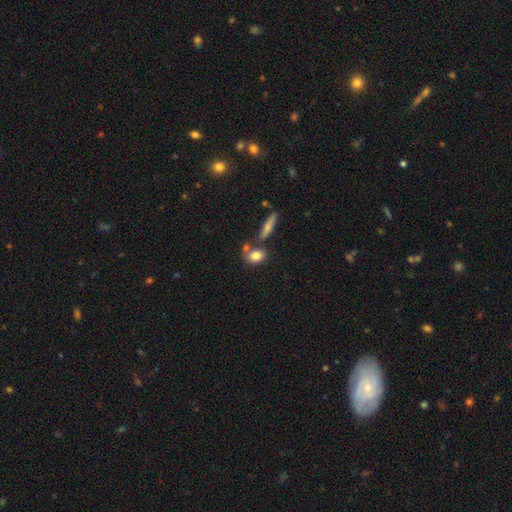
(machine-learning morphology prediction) Smooth or featured? Predicted: smooth (p=0.80). How rounded? Predicted: in between (p=0.70). Merging? Predicted: none (p=0.56).